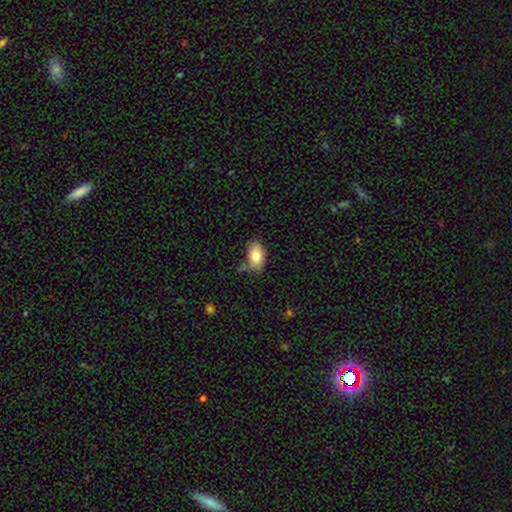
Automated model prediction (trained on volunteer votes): smooth-or-featured: smooth: 81% | featured or disk: 12% | star or artifact: 7%
  how-rounded: in between: 92% | round: 6% | cigar-shaped: 2%
  merging: none: 65% | minor disturbance: 22% | merger: 8% | major disturbance: 6%